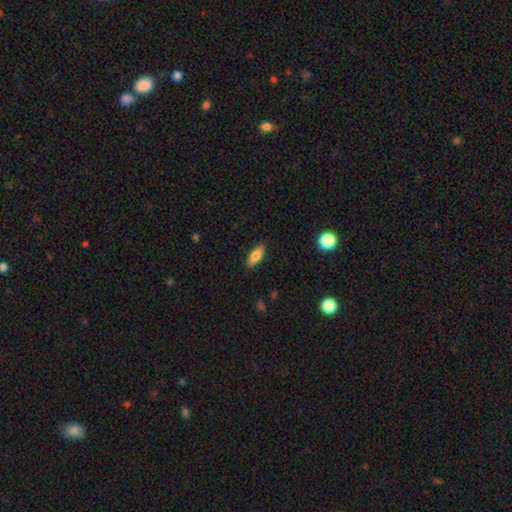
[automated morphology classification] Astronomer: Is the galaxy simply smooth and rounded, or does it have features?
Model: smooth — 76%.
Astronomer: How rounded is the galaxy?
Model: in between — 76%.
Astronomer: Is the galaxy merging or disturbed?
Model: none — 88%.